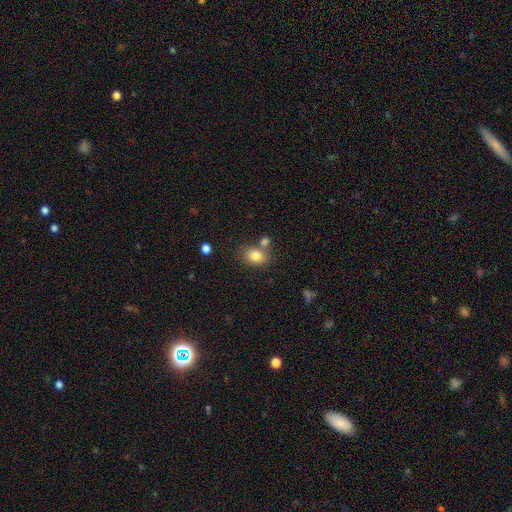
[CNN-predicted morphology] Smooth or featured?
  - smooth: 82% *
  - star or artifact: 10%
  - featured or disk: 8%
How rounded?
  - in between: 62% *
  - round: 37%
  - cigar-shaped: 1%
Merging?
  - none: 64% *
  - merger: 19%
  - minor disturbance: 13%
  - major disturbance: 4%